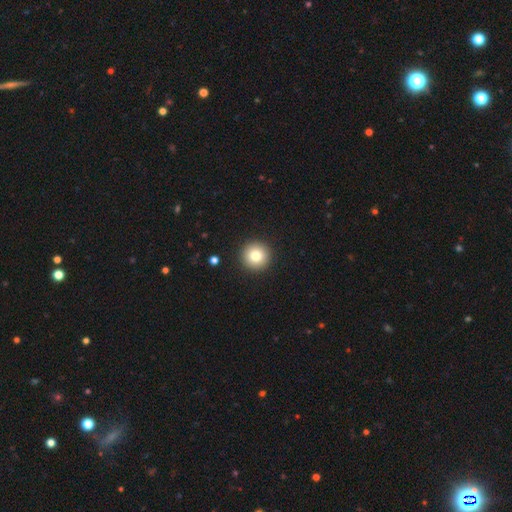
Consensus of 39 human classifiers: This appears to be a smooth galaxy with no disk features (69%) that is round (93%). Merging: none (91%).